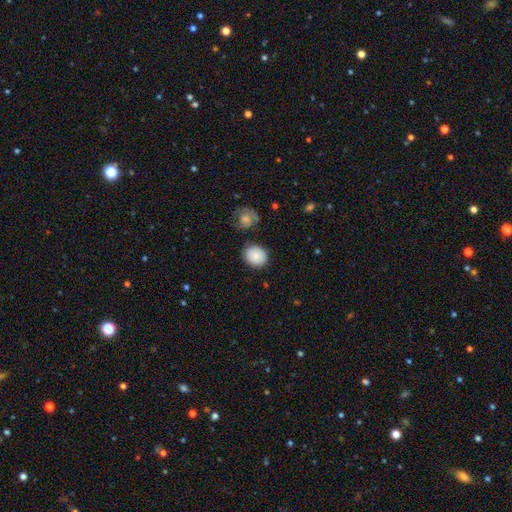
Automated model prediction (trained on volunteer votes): This is clearly a smooth galaxy (85%). How rounded: likely round (72%). Merging: clearly none (82%).